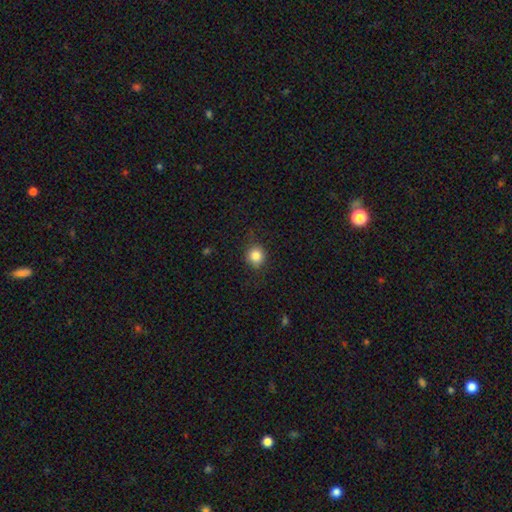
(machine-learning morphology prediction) Smooth or featured? Predicted: smooth (p=0.84). How rounded? Predicted: round (p=0.87). Merging? Predicted: none (p=0.85).